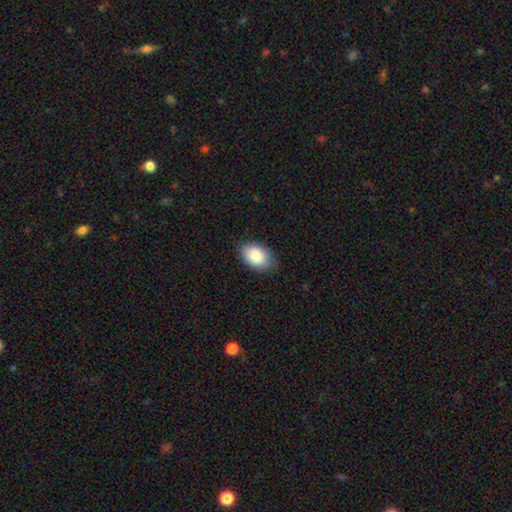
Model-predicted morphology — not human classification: Overall: smooth (88%). How rounded: in between (90%). Merging: none (81%).